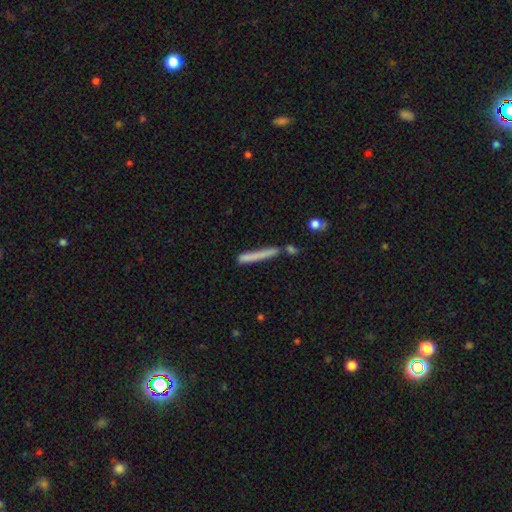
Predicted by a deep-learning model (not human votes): This appears to be a smooth galaxy with no disk features (68%) that is cigar-shaped (96%). Merging: none (73%).